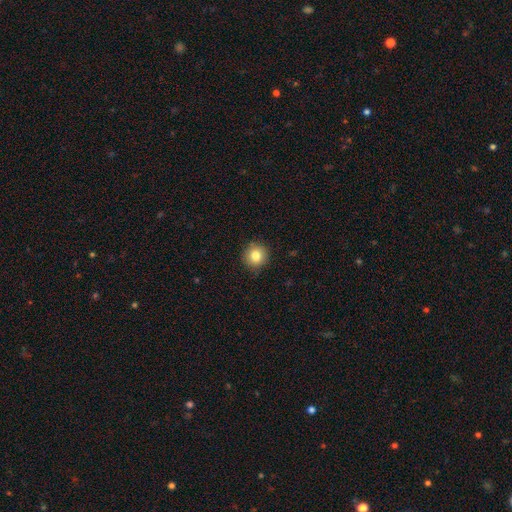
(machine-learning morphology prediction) Smooth or featured?
  - smooth: 82% *
  - star or artifact: 10%
  - featured or disk: 8%
How rounded?
  - round: 93% *
  - in between: 6%
  - cigar-shaped: 1%
Merging?
  - none: 89% *
  - minor disturbance: 8%
  - major disturbance: 2%
  - merger: 1%